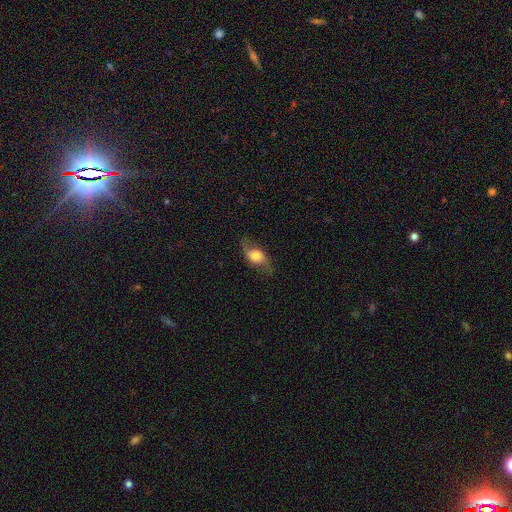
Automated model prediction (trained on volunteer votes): smooth 52%, featured or disk 38%, star or artifact 9%. Down the decision tree: how rounded — in between (75%); merging — none (71%).